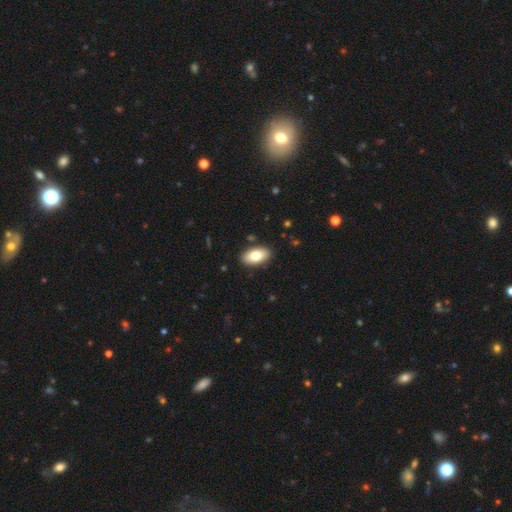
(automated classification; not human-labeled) Overall: smooth (76%). How rounded: in between (94%). Merging: none (88%).